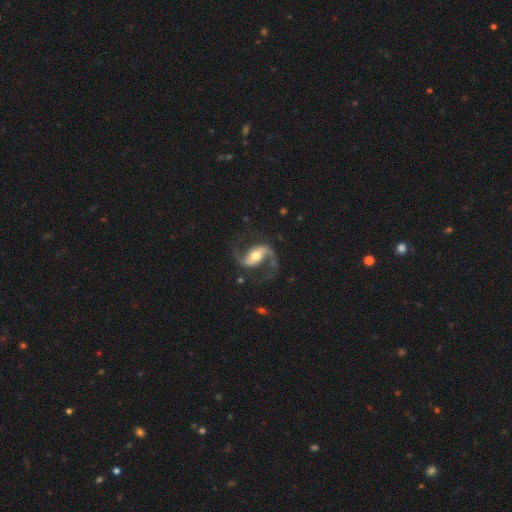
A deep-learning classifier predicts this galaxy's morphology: A featured or disk galaxy (92%) with a strong bar (47%), 2 (94%) loose (47%) spiral arms (97%) and a moderate central bulge (67%).

Vote fractions:
- Smooth or featured? featured or disk: 92% / smooth: 4% / star or artifact: 4%
- Edge-on disk? no: 97% / yes: 3%
- Bar? strong: 47% / weak: 32% / no: 21%
- Spiral arms? yes: 97% / no: 3%
- Spiral winding? loose: 47% / medium: 45% / tight: 8%
- Spiral arm count? 2: 94% / 1: 2% / can't tell: 1% / 3: 1% / 4: 1% / more than 4: 1%
- Bulge size? moderate: 67% / small: 20% / large: 11% / none: 1% / dominant: 1%
- Merging? none: 77% / minor disturbance: 12% / major disturbance: 9% / merger: 2%